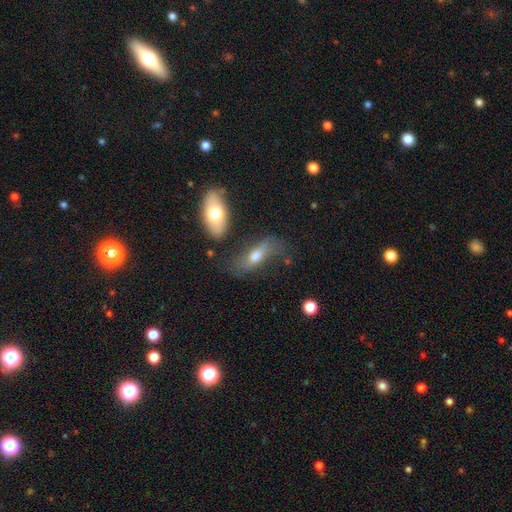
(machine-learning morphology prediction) A smooth galaxy with no disk features (55%) that is in between round and cigar-shaped (67%).

Vote fractions:
- Smooth or featured? smooth: 55% / featured or disk: 35% / star or artifact: 10%
- How rounded? in between: 67% / cigar-shaped: 28% / round: 5%
- Merging? none: 50% / minor disturbance: 23% / major disturbance: 16% / merger: 12%